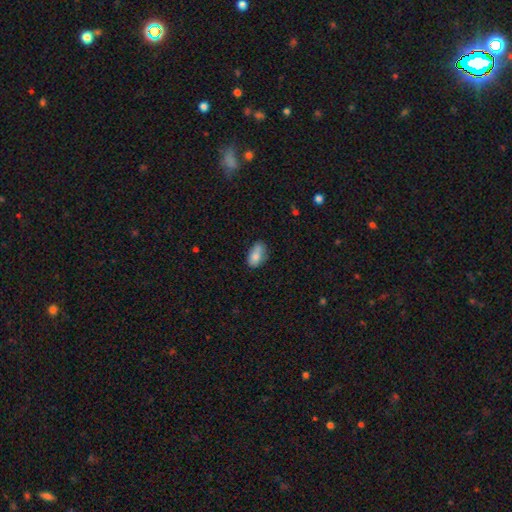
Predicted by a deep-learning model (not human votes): Smooth or featured: smooth — 77% (featured or disk — 15%)
How rounded: in between — 90% (round — 6%)
Merging: none — 56% (minor disturbance — 29%)